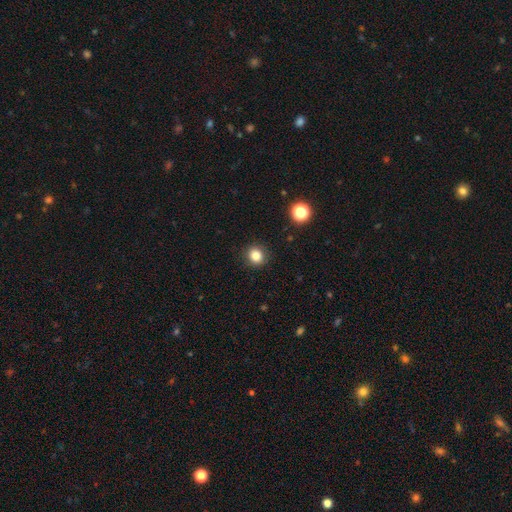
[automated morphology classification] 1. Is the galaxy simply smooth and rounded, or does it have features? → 83% smooth, 12% star or artifact, 5% featured or disk.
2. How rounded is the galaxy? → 84% round, 15% in between, 1% cigar-shaped.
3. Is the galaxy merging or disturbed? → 91% none, 6% minor disturbance, 2% major disturbance, 1% merger.